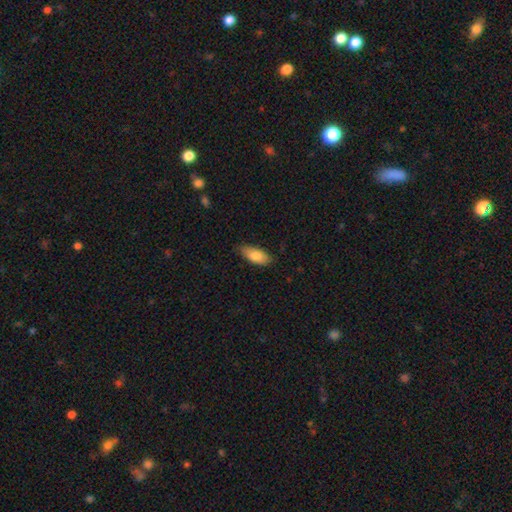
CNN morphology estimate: Overall: smooth (81%). How rounded: in between (86%). Merging: none (79%).